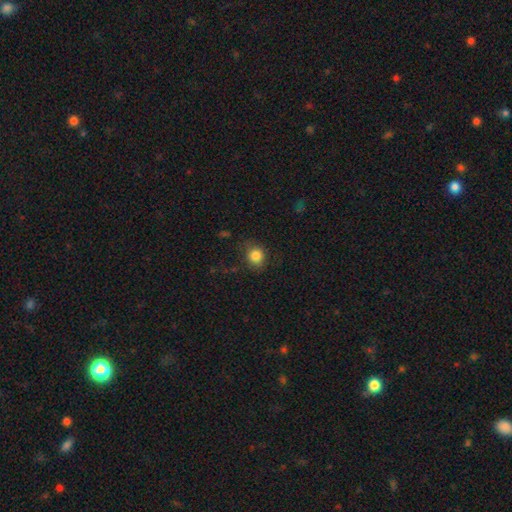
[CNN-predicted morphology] Overall: smooth (84%). How rounded: round (81%). Merging: none (76%).